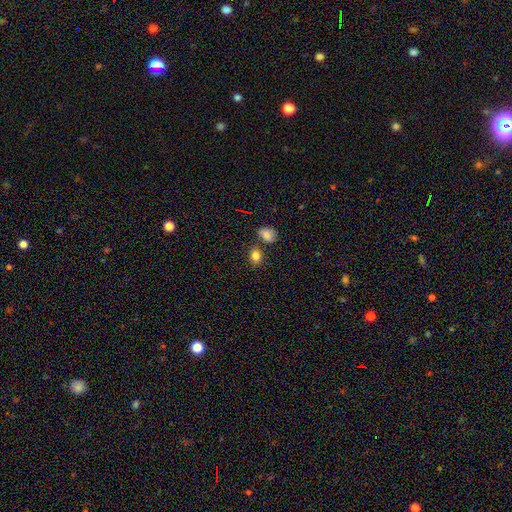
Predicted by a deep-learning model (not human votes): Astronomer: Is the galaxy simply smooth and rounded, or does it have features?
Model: smooth — 83%.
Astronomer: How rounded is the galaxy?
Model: in between — 53% (runner-up: round, 46%).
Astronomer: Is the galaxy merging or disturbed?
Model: none — 70%.